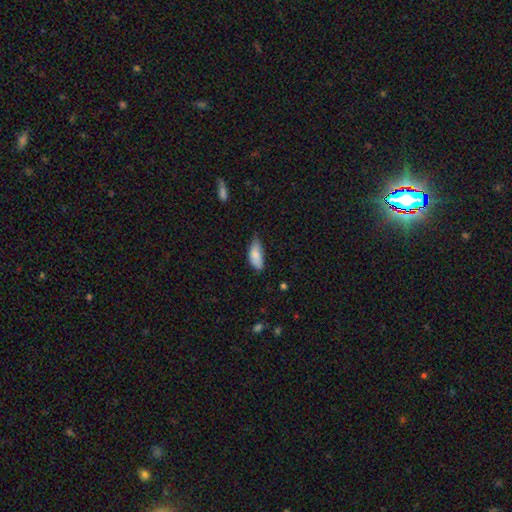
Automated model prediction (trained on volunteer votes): smooth 85%, featured or disk 9%, star or artifact 7%. Down the decision tree: how rounded — in between (85%); merging — none (45%).